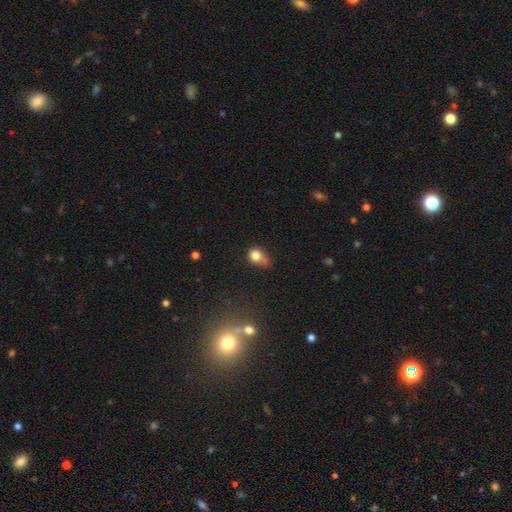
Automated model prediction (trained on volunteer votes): smooth 76%, featured or disk 12%, star or artifact 11%. Down the decision tree: how rounded — round (51%); merging — minor disturbance (32%).